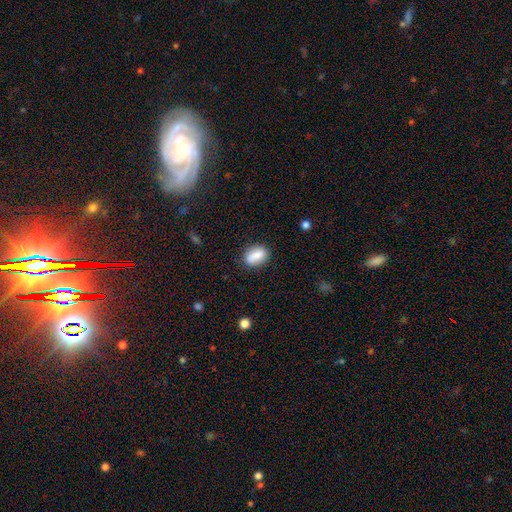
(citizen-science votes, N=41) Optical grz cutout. It shows a smooth galaxy with no disk features (80%) that is in between round and cigar-shaped (91%). Merging: none (76%).